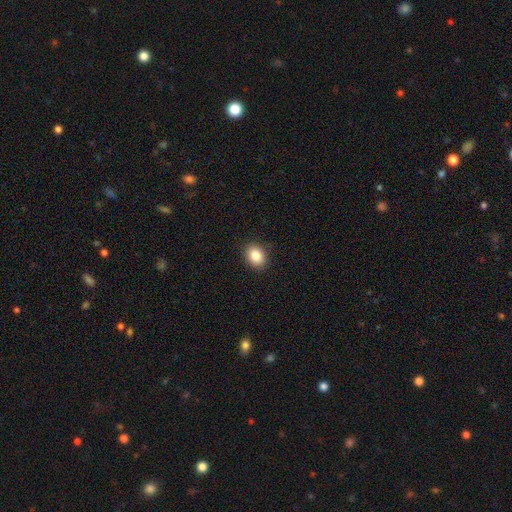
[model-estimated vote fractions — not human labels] smooth-or-featured: smooth: 86% | star or artifact: 9% | featured or disk: 6%
  how-rounded: in between: 60% | round: 39% | cigar-shaped: 1%
  merging: none: 89% | minor disturbance: 8% | major disturbance: 2% | merger: 1%